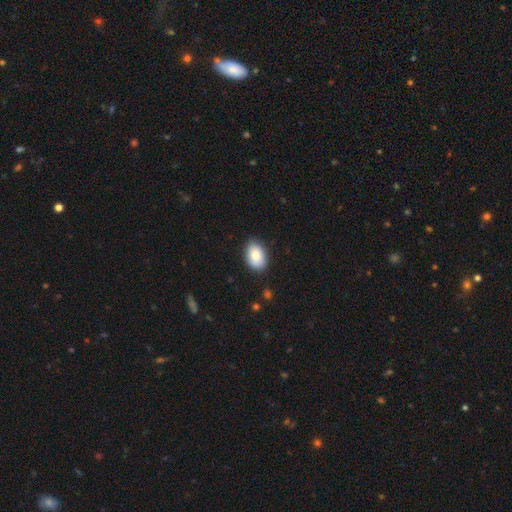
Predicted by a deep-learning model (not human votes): smooth-or-featured: smooth: 84% | featured or disk: 9% | star or artifact: 7%
  how-rounded: in between: 88% | round: 11% | cigar-shaped: 1%
  merging: none: 85% | minor disturbance: 11% | major disturbance: 2% | merger: 1%